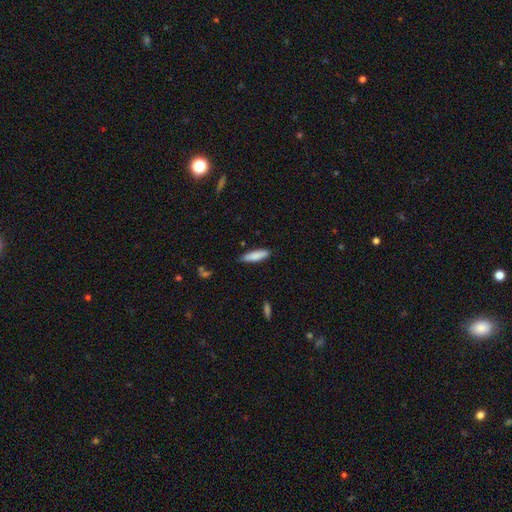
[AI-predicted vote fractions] Smooth or featured? smooth (85%)
How rounded? cigar-shaped (63%)
Merging? none (82%)